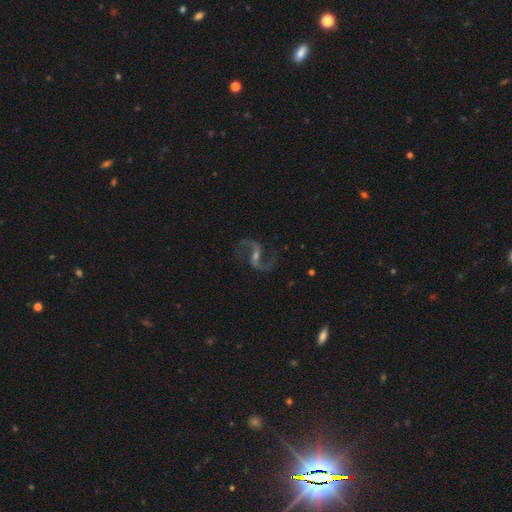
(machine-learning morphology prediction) smooth-or-featured: featured or disk: 92% | star or artifact: 5% | smooth: 3%
  disk-edge-on: no: 98% | yes: 2%
    bar: weak: 48% | strong: 29% | no: 23%
    has-spiral-arms: yes: 98% | no: 2%
      spiral-winding: loose: 61% | medium: 34% | tight: 5%
      spiral-arm-count: 2: 94% | 1: 1% | can't tell: 1% | 3: 1% | 4: 1% | more than 4: 1%
    bulge-size: small: 50% | moderate: 39% | none: 7% | large: 3% | dominant: 1%
  merging: none: 81% | minor disturbance: 11% | major disturbance: 6% | merger: 2%